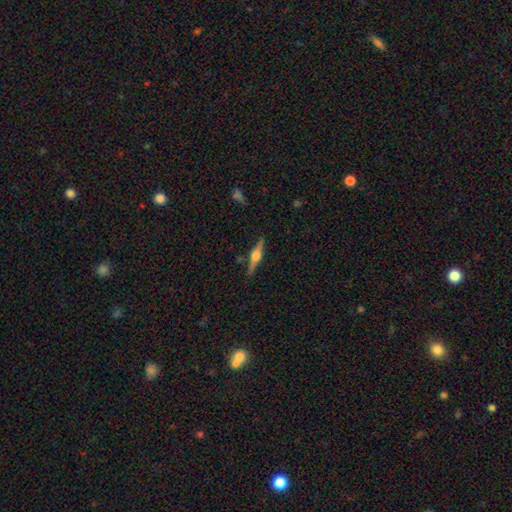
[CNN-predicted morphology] This is likely a featured or disk galaxy (76%). It is clearly viewed edge-on (98%). Edge-on bulge: clearly rounded (93%). Merging: clearly none (88%).